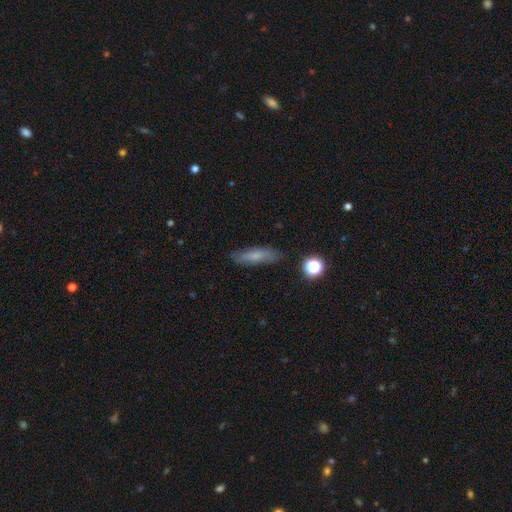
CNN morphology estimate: smooth_or_featured: smooth (p=0.67) [alt: featured or disk p=0.24]
how_rounded: cigar-shaped (p=0.58) [alt: in between p=0.39]
merging: none (p=0.82) [alt: minor disturbance p=0.13]